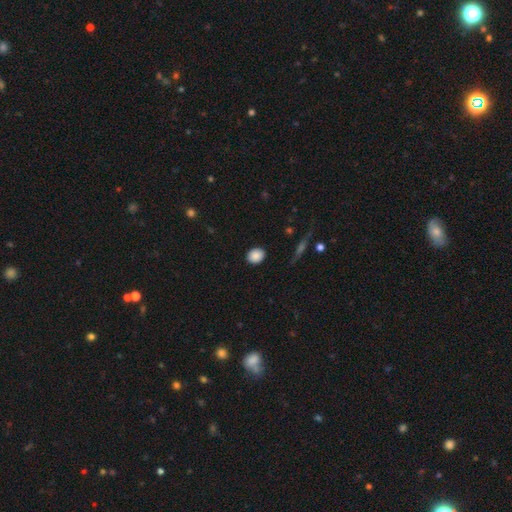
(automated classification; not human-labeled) Smooth or featured? smooth (88%)
How rounded? round (59%)
Merging? none (89%)